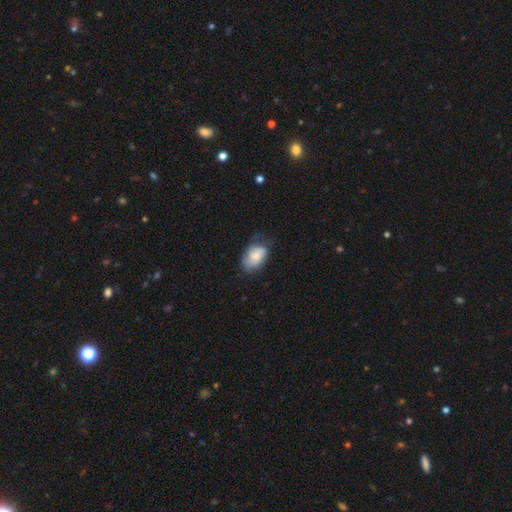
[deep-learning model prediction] A smooth galaxy with no disk features (73%) that is in between round and cigar-shaped (88%).

Vote fractions:
- Smooth or featured? smooth: 73% / featured or disk: 20% / star or artifact: 7%
- How rounded? in between: 88% / round: 11% / cigar-shaped: 1%
- Merging? none: 55% / minor disturbance: 33% / major disturbance: 11% / merger: 2%